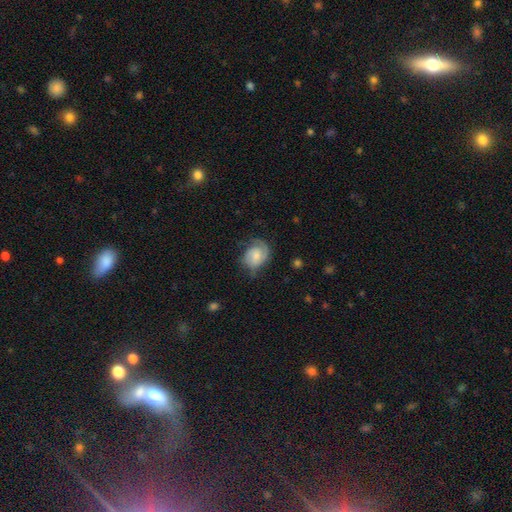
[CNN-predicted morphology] smooth-or-featured: featured or disk: 60% | smooth: 33% | star or artifact: 7%
  disk-edge-on: no: 97% | yes: 3%
    bar: no: 63% | weak: 32% | strong: 5%
    has-spiral-arms: yes: 89% | no: 11%
      spiral-winding: tight: 47% | medium: 37% | loose: 15%
      spiral-arm-count: 2: 50% | 1: 27% | can't tell: 16% | 3: 4% | 4: 1% | more than 4: 1%
    bulge-size: small: 42% | moderate: 41% | none: 10% | large: 6% | dominant: 2%
  merging: none: 56% | minor disturbance: 28% | major disturbance: 15% | merger: 2%